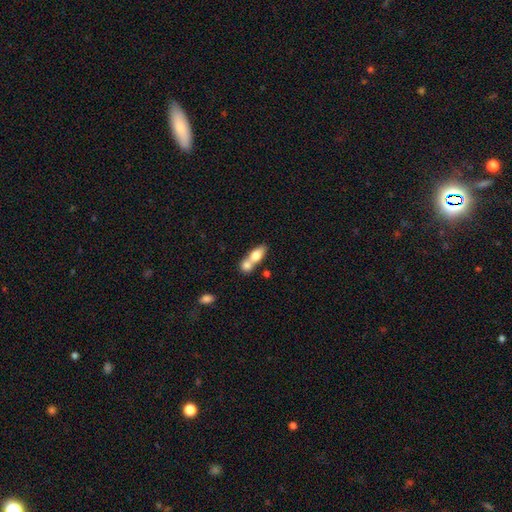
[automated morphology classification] smooth_or_featured: smooth (p=0.72) [alt: featured or disk p=0.21]
how_rounded: in between (p=0.68) [alt: round p=0.17]
merging: merger (p=0.67) [alt: none p=0.23]